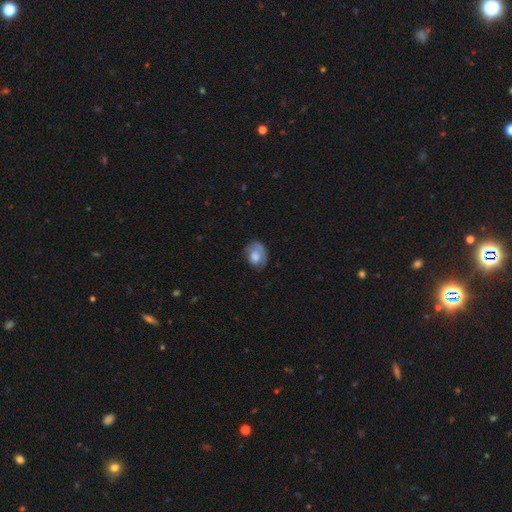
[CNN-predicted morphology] smooth 72%, featured or disk 20%, star or artifact 8%. Down the decision tree: how rounded — in between (56%); merging — none (54%).